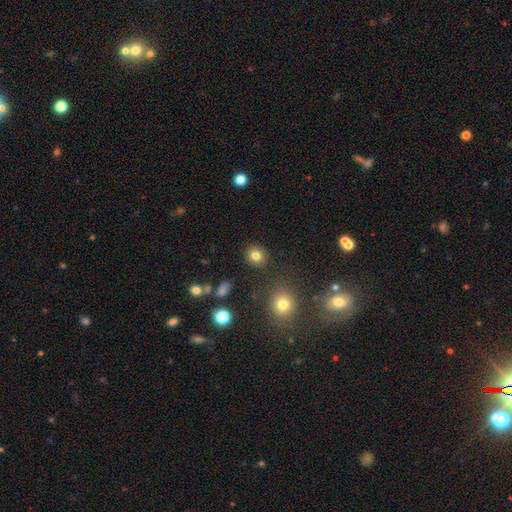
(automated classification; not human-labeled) Smooth or featured: smooth — 81% (star or artifact — 11%)
How rounded: round — 76% (in between — 23%)
Merging: none — 88% (minor disturbance — 7%)